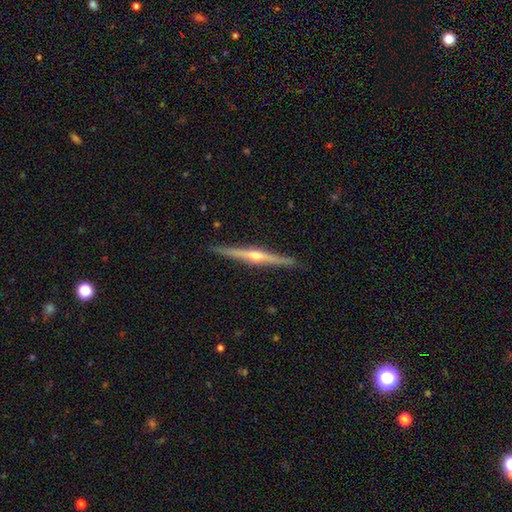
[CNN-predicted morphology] Smooth or featured: featured or disk — 82% (smooth — 13%)
Edge-on disk: yes — 98% (no — 2%)
Edge-on bulge: rounded — 92% (none — 5%)
Merging: none — 91% (minor disturbance — 7%)